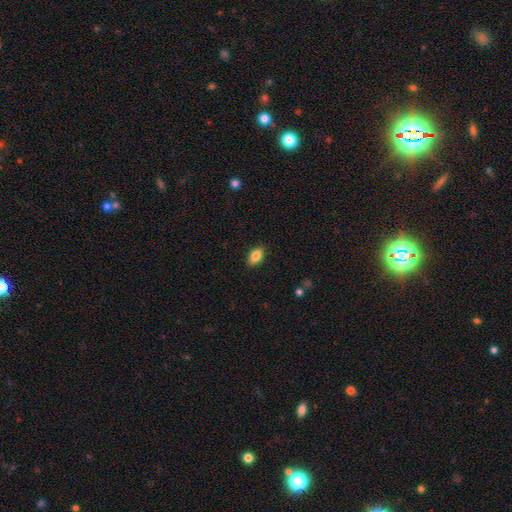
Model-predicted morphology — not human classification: Smooth or featured? Predicted: smooth (p=0.83). How rounded? Predicted: in between (p=0.87). Merging? Predicted: none (p=0.87).